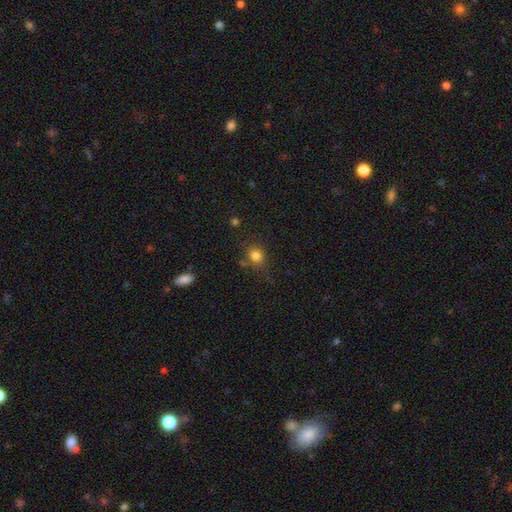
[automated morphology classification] Q: Smooth or featured?
A: smooth (81%); runner-up: star or artifact (13%)
Q: How rounded?
A: round (78%); runner-up: in between (21%)
Q: Merging?
A: none (75%); runner-up: minor disturbance (15%)